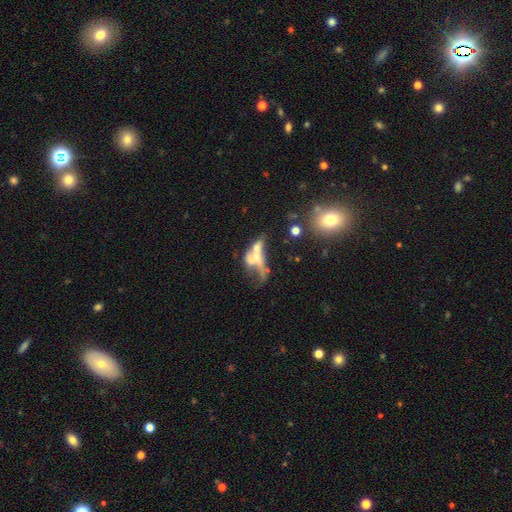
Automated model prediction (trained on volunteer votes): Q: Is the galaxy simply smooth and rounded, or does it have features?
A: featured or disk — 53%.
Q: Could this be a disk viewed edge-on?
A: no — 80%.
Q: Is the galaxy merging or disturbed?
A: merger — 44%.